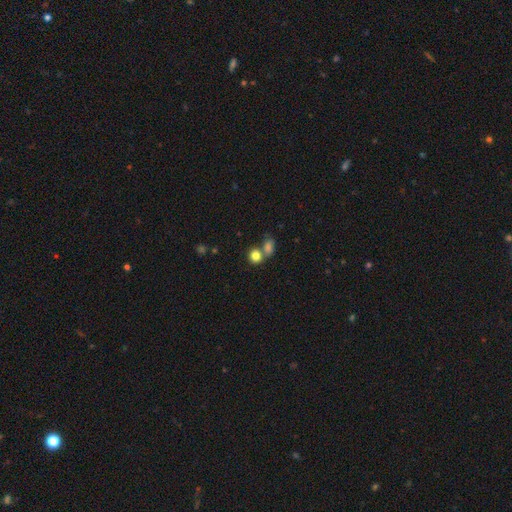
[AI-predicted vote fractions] Smooth or featured? smooth (82%)
How rounded? round (70%)
Merging? none (45%)